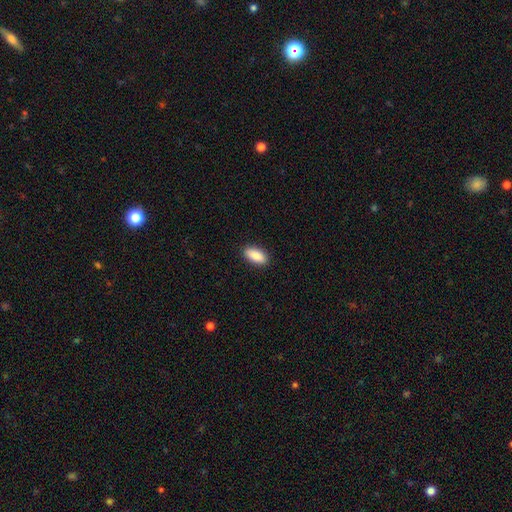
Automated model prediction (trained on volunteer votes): smooth_or_featured: smooth (p=0.89) [alt: star or artifact p=0.06]
how_rounded: in between (p=0.89) [alt: cigar-shaped p=0.08]
merging: none (p=0.90) [alt: minor disturbance p=0.07]